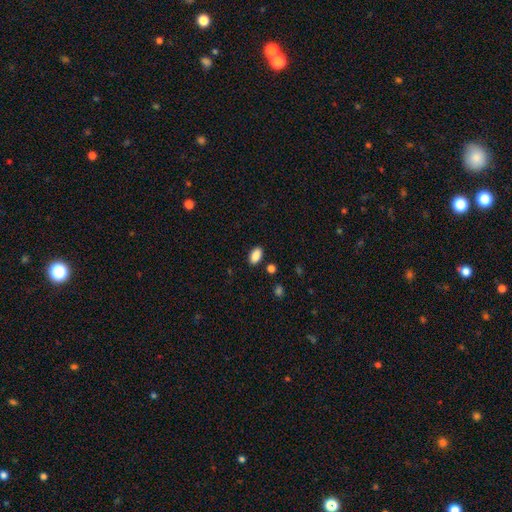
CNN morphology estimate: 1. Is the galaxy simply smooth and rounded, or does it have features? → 89% smooth, 8% star or artifact, 4% featured or disk.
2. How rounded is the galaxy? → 92% in between, 5% round, 3% cigar-shaped.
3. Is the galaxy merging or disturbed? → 86% none, 9% minor disturbance, 3% merger, 2% major disturbance.